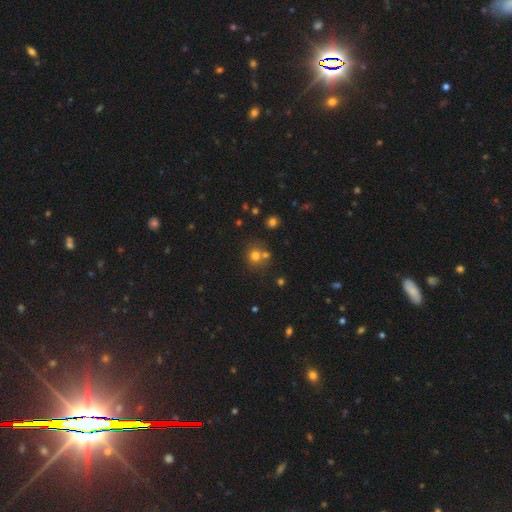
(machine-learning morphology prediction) The model was most divided on "merging": none: 59%, merger: 28%, minor disturbance: 9%, major disturbance: 3%. More confident: how rounded — round (85%); smooth or featured — smooth (72%).